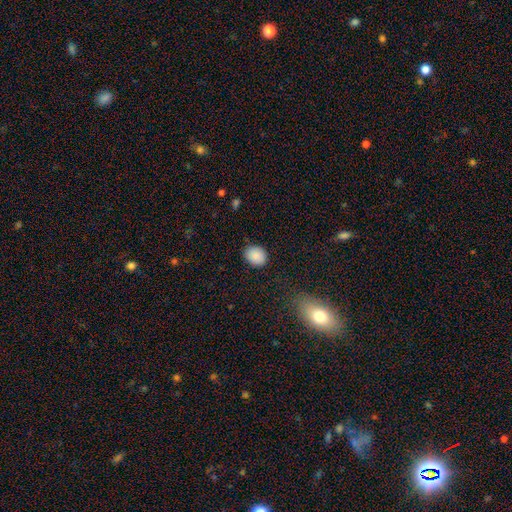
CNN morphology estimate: smooth_or_featured: smooth (p=0.88) [alt: star or artifact p=0.08]
how_rounded: round (p=0.57) [alt: in between p=0.42]
merging: none (p=0.86) [alt: minor disturbance p=0.11]